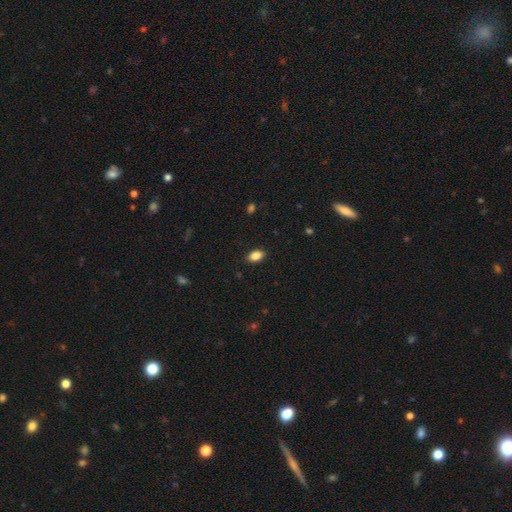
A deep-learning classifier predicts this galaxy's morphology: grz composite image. It shows a smooth galaxy with no disk features (86%) that is in between round and cigar-shaped (89%). Merging: none (88%).